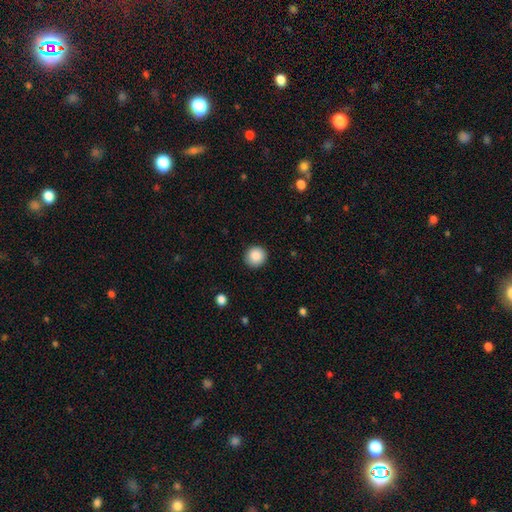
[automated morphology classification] smooth_or_featured: smooth (p=0.88) [alt: star or artifact p=0.08]
how_rounded: round (p=0.91) [alt: in between p=0.08]
merging: none (p=0.91) [alt: minor disturbance p=0.06]